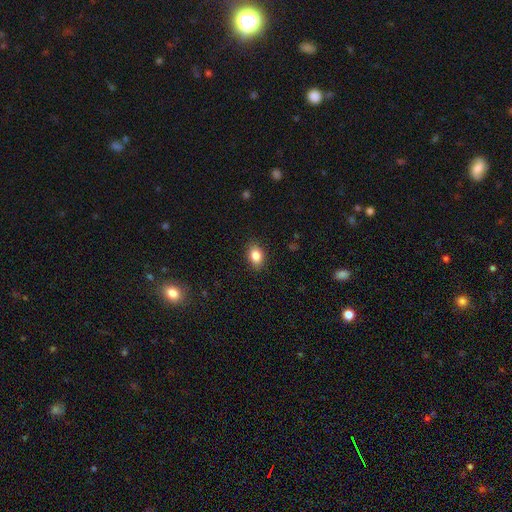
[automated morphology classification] Q: Smooth or featured?
A: smooth (85%); runner-up: star or artifact (9%)
Q: How rounded?
A: in between (76%); runner-up: round (23%)
Q: Merging?
A: none (88%); runner-up: minor disturbance (9%)